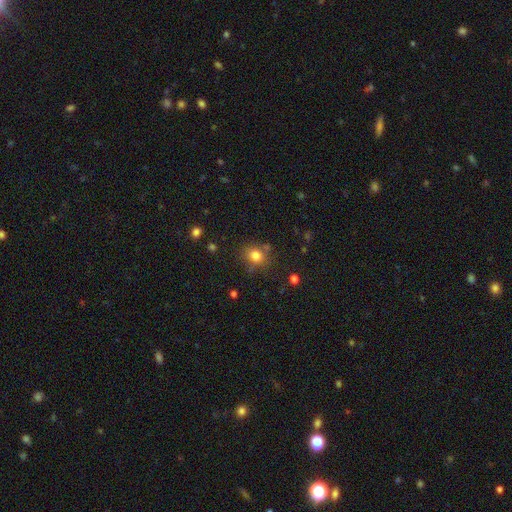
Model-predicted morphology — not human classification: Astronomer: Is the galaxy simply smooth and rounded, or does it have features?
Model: smooth — 79%.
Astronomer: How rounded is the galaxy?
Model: round — 71%.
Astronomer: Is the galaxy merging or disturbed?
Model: none — 74%.